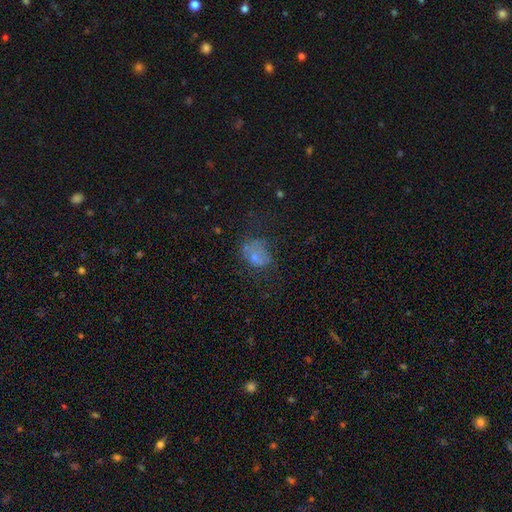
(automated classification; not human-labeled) A smooth galaxy with no disk features (55%) that is in between round and cigar-shaped (55%).

Vote fractions:
- Smooth or featured? smooth: 55% / featured or disk: 27% / star or artifact: 18%
- How rounded? in between: 55% / round: 44% / cigar-shaped: 1%
- Merging? none: 43% / minor disturbance: 26% / major disturbance: 25% / merger: 6%